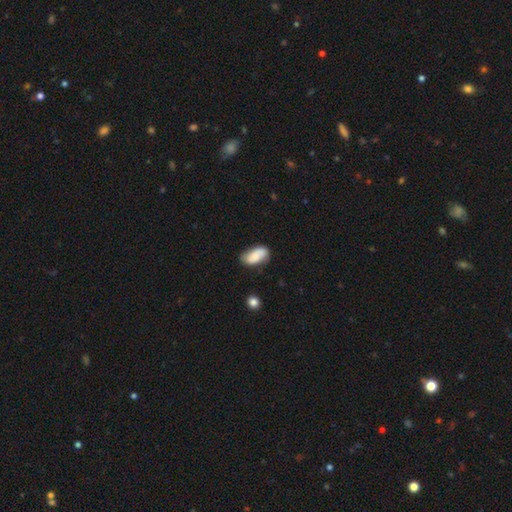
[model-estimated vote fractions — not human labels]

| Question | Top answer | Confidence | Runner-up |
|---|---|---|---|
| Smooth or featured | smooth | 70% | featured or disk (23%) |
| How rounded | in between | 92% | cigar-shaped (5%) |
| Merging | none | 69% | minor disturbance (24%) |